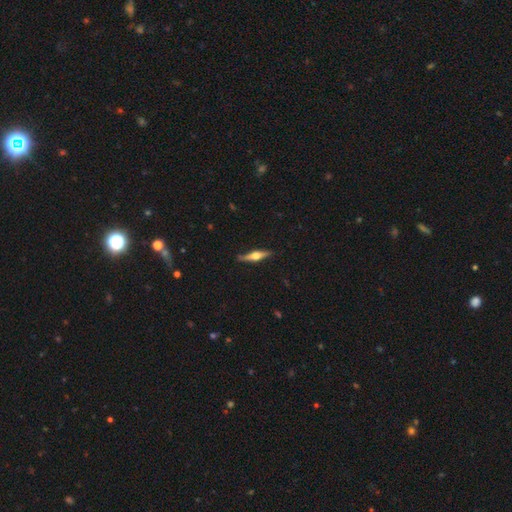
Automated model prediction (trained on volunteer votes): Smooth or featured? Predicted: featured or disk (p=0.69). Edge-on disk? Predicted: yes (p=0.97). Edge-on bulge? Predicted: rounded (p=0.93). Merging? Predicted: none (p=0.87).